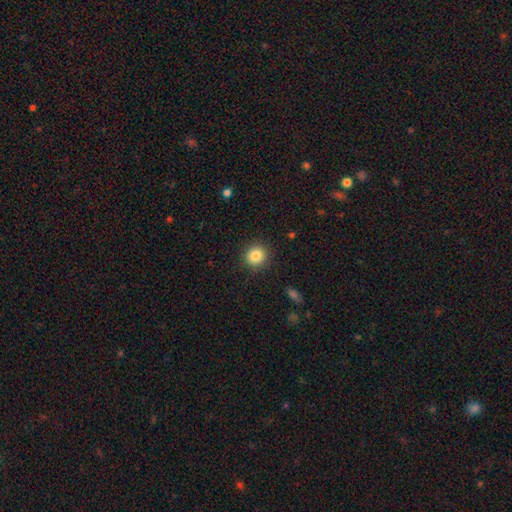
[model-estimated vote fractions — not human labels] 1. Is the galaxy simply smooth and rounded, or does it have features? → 84% smooth, 10% star or artifact, 6% featured or disk.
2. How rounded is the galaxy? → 90% round, 9% in between, 1% cigar-shaped.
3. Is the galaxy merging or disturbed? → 90% none, 7% minor disturbance, 2% major disturbance, 1% merger.